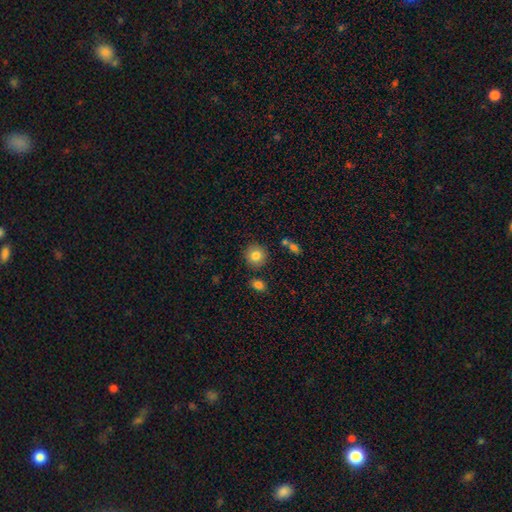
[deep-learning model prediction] Overall: smooth (82%). How rounded: round (90%). Merging: none (84%).